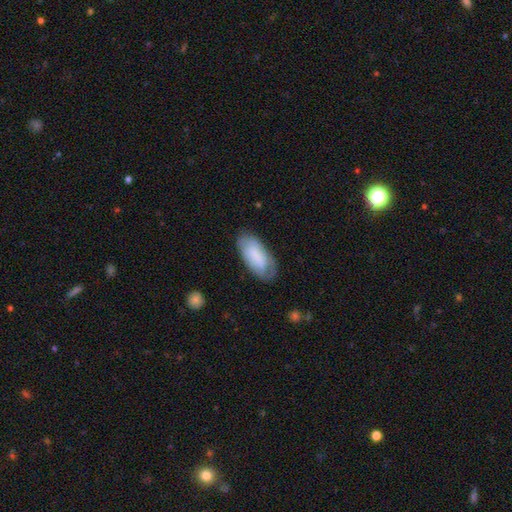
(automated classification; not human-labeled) A smooth galaxy with no disk features (74%) that is in between round and cigar-shaped (90%). Merging: none (71%).